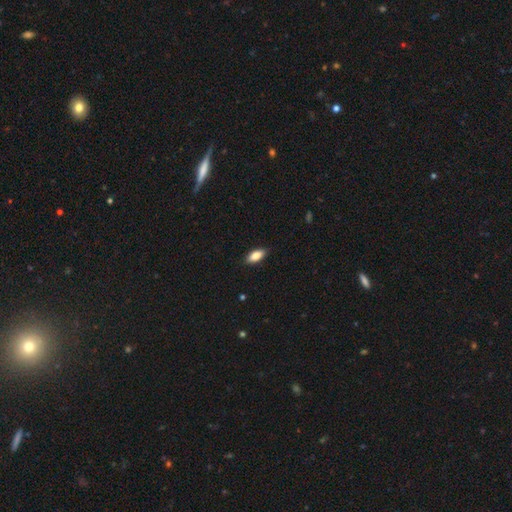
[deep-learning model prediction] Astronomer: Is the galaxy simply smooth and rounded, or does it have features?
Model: smooth — 83%.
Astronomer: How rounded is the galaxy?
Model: in between — 84%.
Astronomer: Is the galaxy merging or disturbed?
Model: none — 87%.